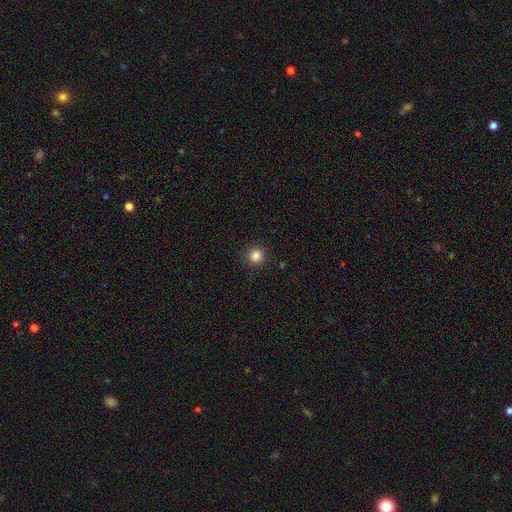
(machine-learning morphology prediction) A smooth galaxy with no disk features (84%) that is round (95%). Merging: none (92%).